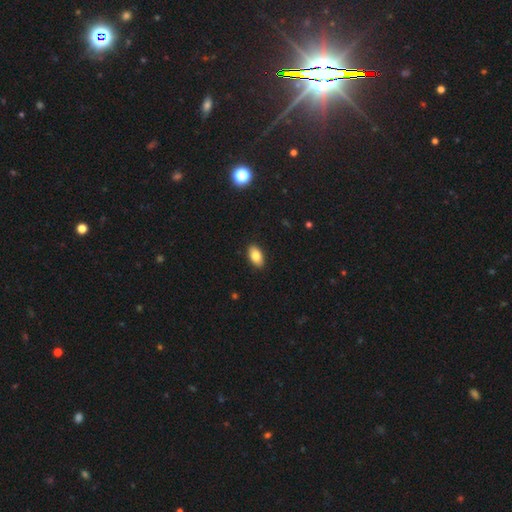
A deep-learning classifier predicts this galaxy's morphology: smooth-or-featured: smooth: 82% | featured or disk: 10% | star or artifact: 8%
  how-rounded: in between: 93% | round: 5% | cigar-shaped: 3%
  merging: none: 90% | minor disturbance: 8% | major disturbance: 2% | merger: 1%